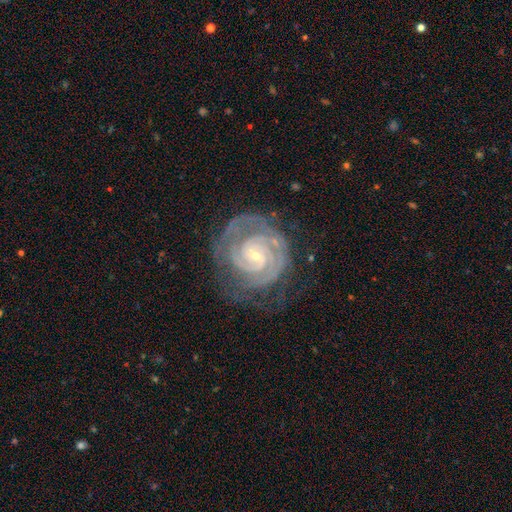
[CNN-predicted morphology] featured or disk 91%, star or artifact 5%, smooth 4%. Down the decision tree: edge-on disk — no (98%); bar — no (49%); spiral arms — yes (98%); spiral arm count — 2 (51%); spiral winding — tight (80%); bulge size — small (81%); merging — none (70%).